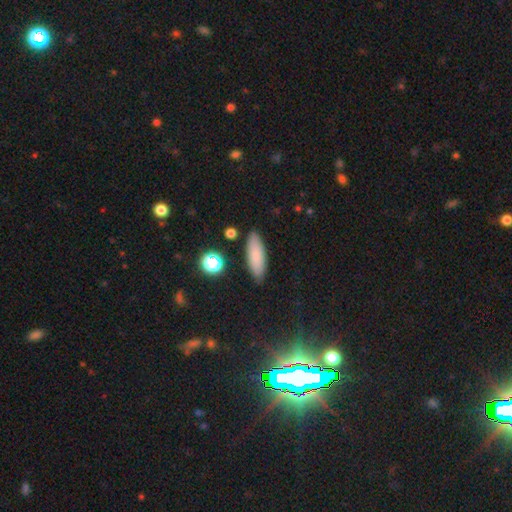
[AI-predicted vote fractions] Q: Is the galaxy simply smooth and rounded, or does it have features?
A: smooth — 83%.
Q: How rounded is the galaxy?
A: in between — 60%.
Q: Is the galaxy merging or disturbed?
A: none — 86%.